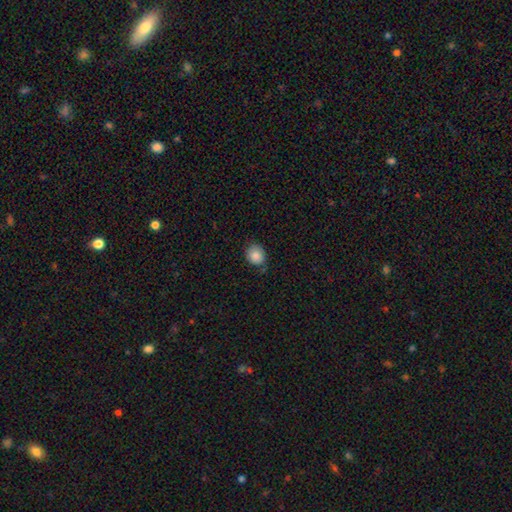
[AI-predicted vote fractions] Overall: smooth (86%). How rounded: round (75%). Merging: none (77%).